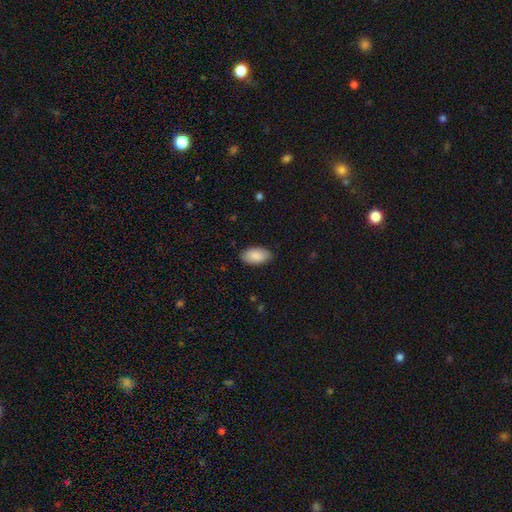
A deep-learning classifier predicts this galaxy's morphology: Overall: smooth (89%). How rounded: in between (96%). Merging: none (86%).